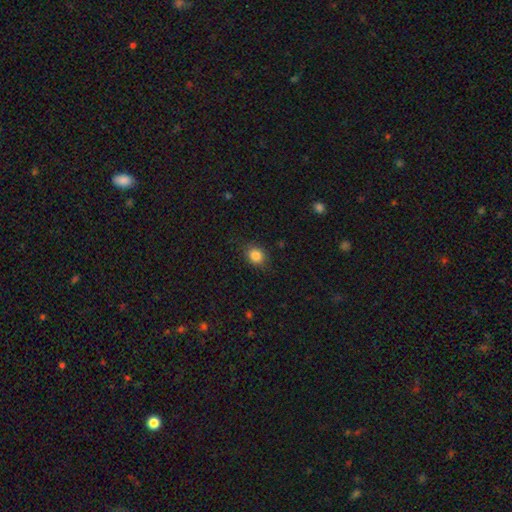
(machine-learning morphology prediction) Smooth or featured: smooth — 85% (star or artifact — 10%)
How rounded: round — 60% (in between — 39%)
Merging: none — 81% (minor disturbance — 14%)